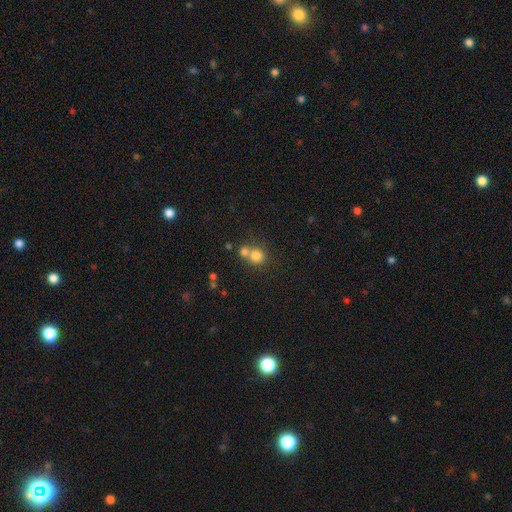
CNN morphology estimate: A smooth galaxy with no disk features (77%) that is round (85%).

Vote fractions:
- Smooth or featured? smooth: 77% / star or artifact: 12% / featured or disk: 10%
- How rounded? round: 85% / in between: 14% / cigar-shaped: 1%
- Merging? none: 47% / merger: 43% / minor disturbance: 7% / major disturbance: 3%